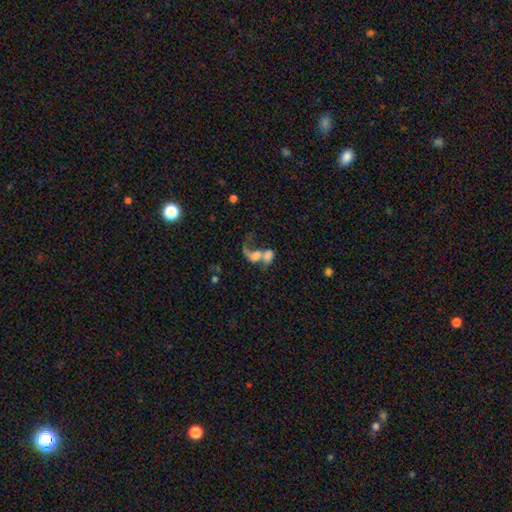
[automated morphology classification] Overall: smooth (45%; featured or disk 43%). Merging: merger (72%).